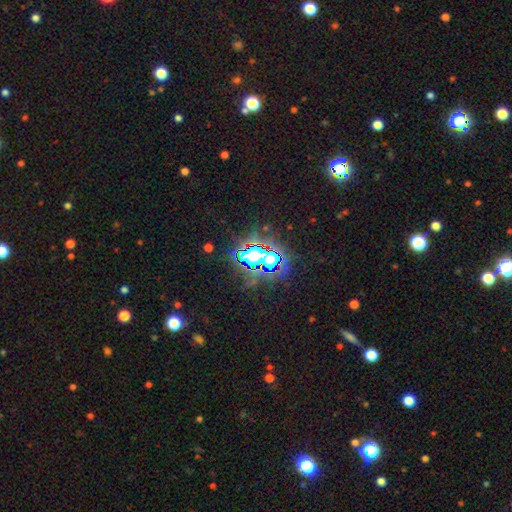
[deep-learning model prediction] Morphology: type=star or artifact (69%).